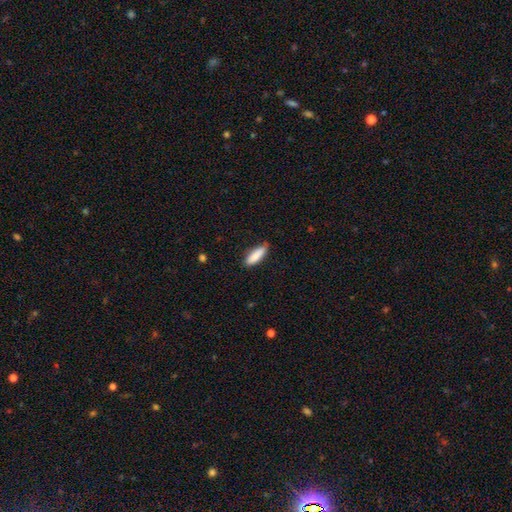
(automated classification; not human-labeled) Morphology: type=smooth (87%); roundness=cigar-shaped (50%); merging=none (79%).